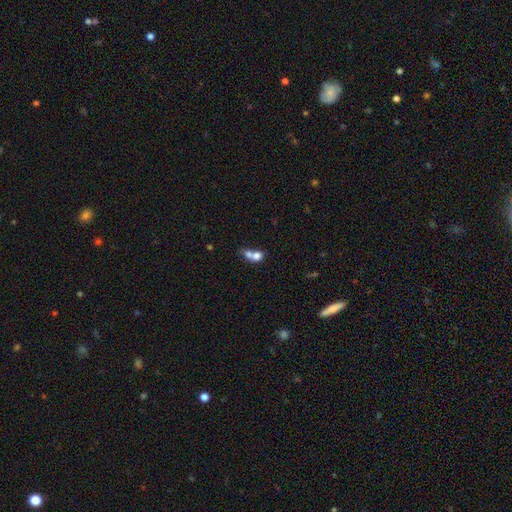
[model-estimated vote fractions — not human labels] Q: Smooth or featured?
A: smooth (72%); runner-up: featured or disk (18%)
Q: How rounded?
A: in between (49%); tied with: round (49%)
Q: Merging?
A: merger (71%); runner-up: none (19%)